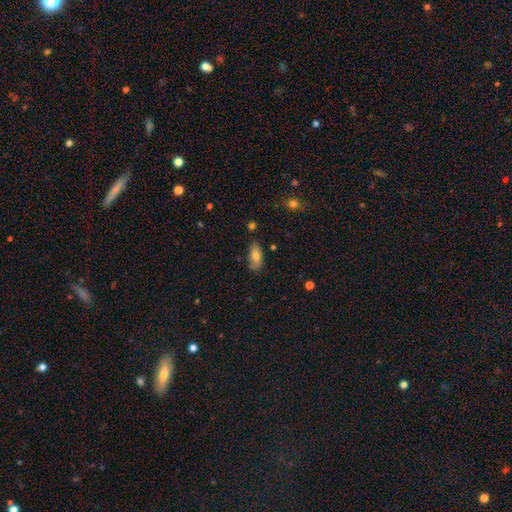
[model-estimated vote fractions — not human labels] Overall: smooth (76%). How rounded: in between (86%). Merging: none (71%).